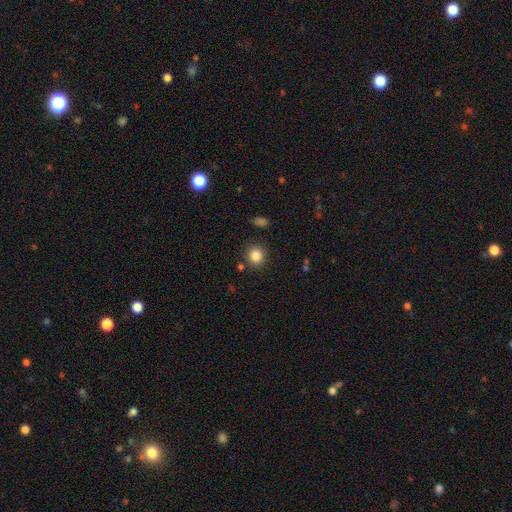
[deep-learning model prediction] Smooth or featured?
  - smooth: 85% *
  - star or artifact: 11%
  - featured or disk: 4%
How rounded?
  - round: 86% *
  - in between: 13%
  - cigar-shaped: 1%
Merging?
  - none: 86% *
  - minor disturbance: 8%
  - merger: 3%
  - major disturbance: 3%